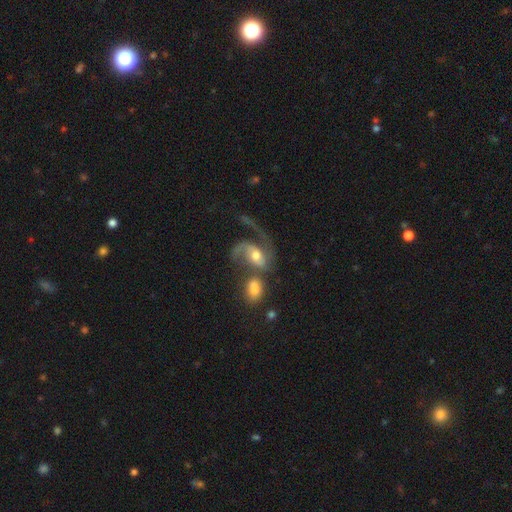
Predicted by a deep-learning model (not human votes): Morphology: type=featured or disk (75%); edge-on=no (97%); bar=no (47%); spiral arms=yes (91%); winding=loose (56%); arm count=1 (46%); bulge=moderate (63%); merging=merger (41%).